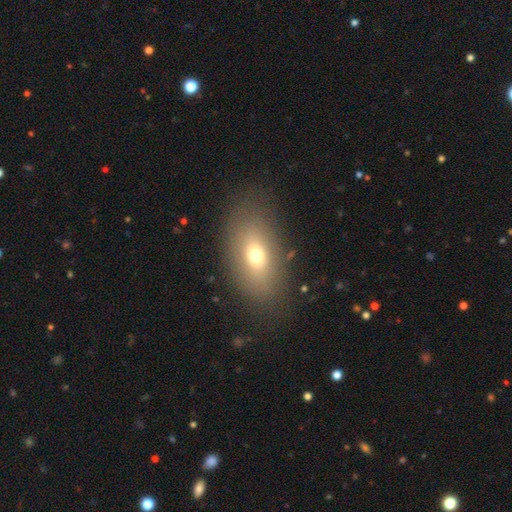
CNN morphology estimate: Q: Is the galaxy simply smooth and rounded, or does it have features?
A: smooth — 67%.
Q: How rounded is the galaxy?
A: in between — 85%.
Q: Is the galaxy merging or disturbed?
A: none — 81%.